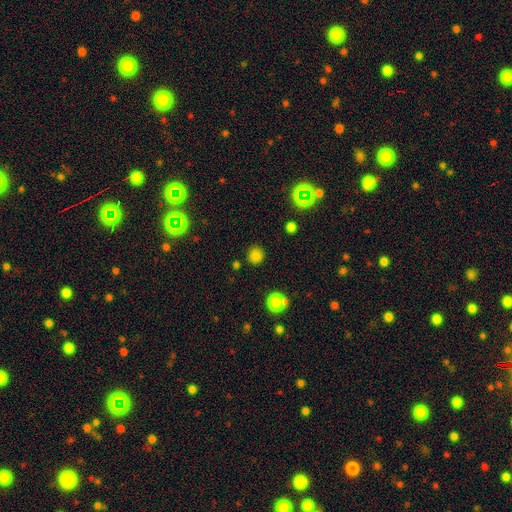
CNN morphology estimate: Smooth or featured? Predicted: smooth (p=0.77). How rounded? Predicted: round (p=0.90). Merging? Predicted: none (p=0.86).